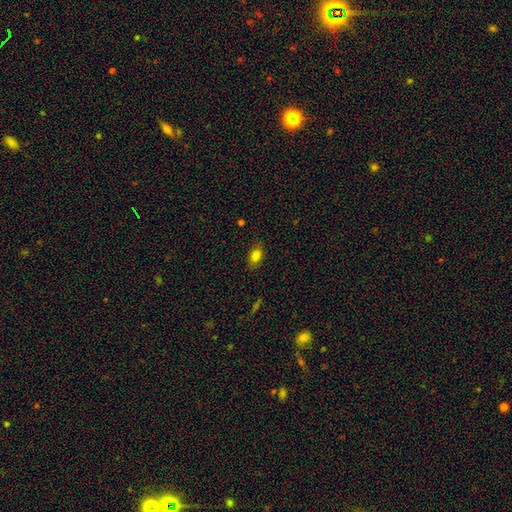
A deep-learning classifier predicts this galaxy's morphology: smooth-or-featured: smooth: 81% | star or artifact: 10% | featured or disk: 9%
  how-rounded: in between: 84% | round: 13% | cigar-shaped: 3%
  merging: none: 83% | minor disturbance: 13% | major disturbance: 3% | merger: 1%